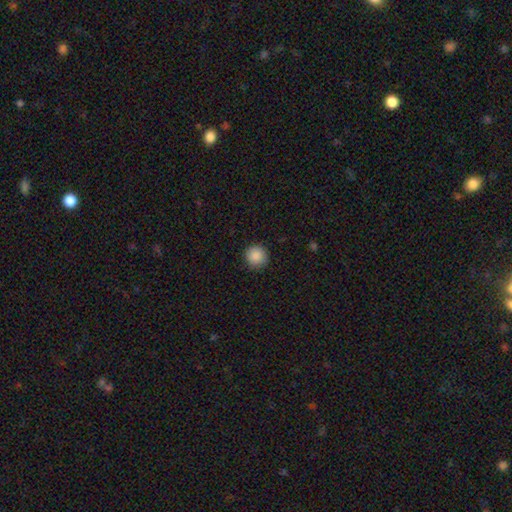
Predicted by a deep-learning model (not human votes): Smooth or featured: smooth — 88% (star or artifact — 9%)
How rounded: round — 95% (in between — 4%)
Merging: none — 90% (minor disturbance — 7%)